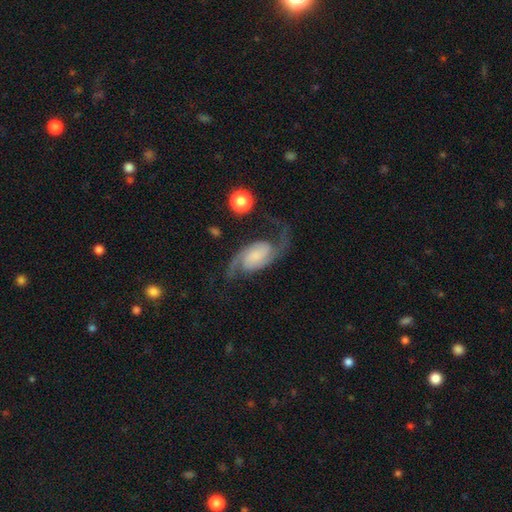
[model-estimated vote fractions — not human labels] Q: Smooth or featured?
A: featured or disk (88%); runner-up: smooth (7%)
Q: Edge-on disk?
A: no (97%); runner-up: yes (3%)
Q: Bar?
A: no (52%); runner-up: weak (35%)
Q: Spiral arms?
A: yes (98%); runner-up: no (2%)
Q: Spiral winding?
A: medium (48%); runner-up: loose (35%)
Q: Spiral arm count?
A: 2 (93%); runner-up: can't tell (2%)
Q: Bulge size?
A: none (36%); runner-up: small (34%)
Q: Merging?
A: none (69%); runner-up: minor disturbance (16%)